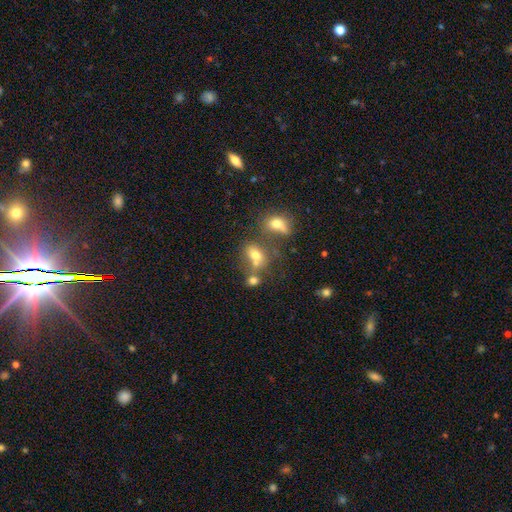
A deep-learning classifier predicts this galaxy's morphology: A smooth galaxy with no disk features (66%) that is in between round and cigar-shaped (68%).

Vote fractions:
- Smooth or featured? smooth: 66% / featured or disk: 17% / star or artifact: 16%
- How rounded? in between: 68% / round: 30% / cigar-shaped: 2%
- Merging? merger: 41% / none: 38% / minor disturbance: 13% / major disturbance: 8%